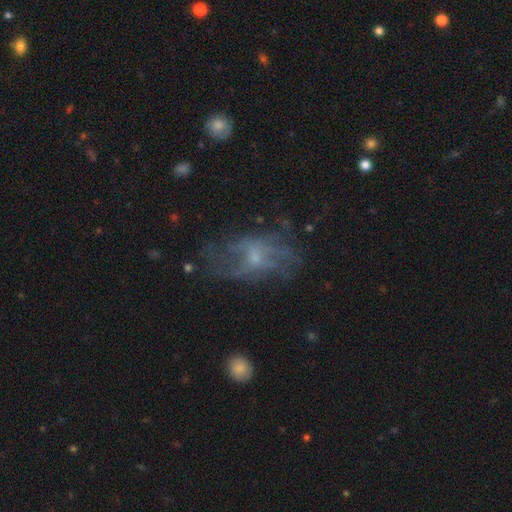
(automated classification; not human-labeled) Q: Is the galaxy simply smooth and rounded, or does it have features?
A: featured or disk — 62%.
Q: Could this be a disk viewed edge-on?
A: no — 94%.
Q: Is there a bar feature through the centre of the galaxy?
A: no — 71%.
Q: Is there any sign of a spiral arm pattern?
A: no — 54%.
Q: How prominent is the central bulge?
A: small — 59%.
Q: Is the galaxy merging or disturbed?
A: none — 47%.